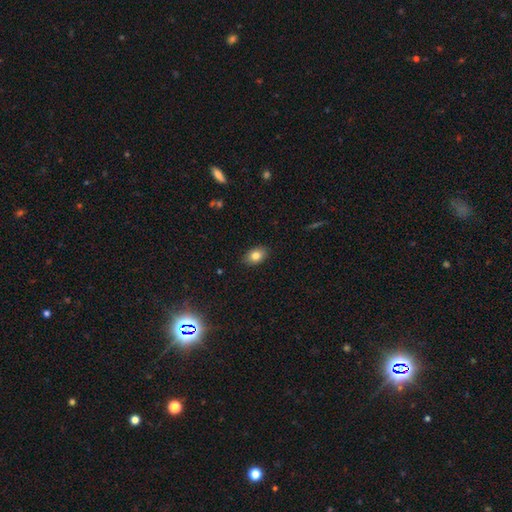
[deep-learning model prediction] The model was most divided on "how rounded": in between: 82%, round: 16%, cigar-shaped: 1%. More confident: merging — none (87%); smooth or featured — smooth (80%).